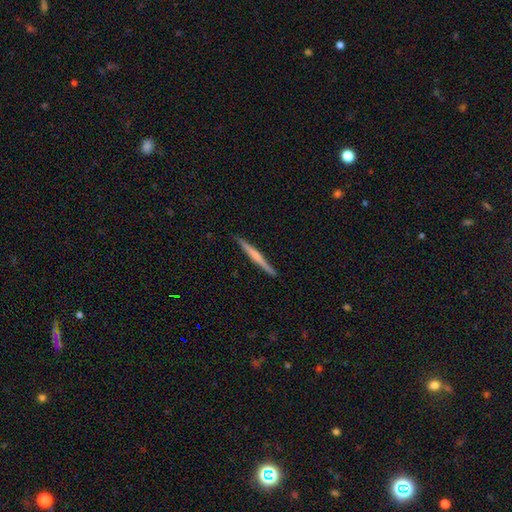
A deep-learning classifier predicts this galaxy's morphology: Smooth or featured? Predicted: featured or disk (p=0.59). Edge-on disk? Predicted: yes (p=0.98). Edge-on bulge? Predicted: rounded (p=0.45). Merging? Predicted: none (p=0.91).